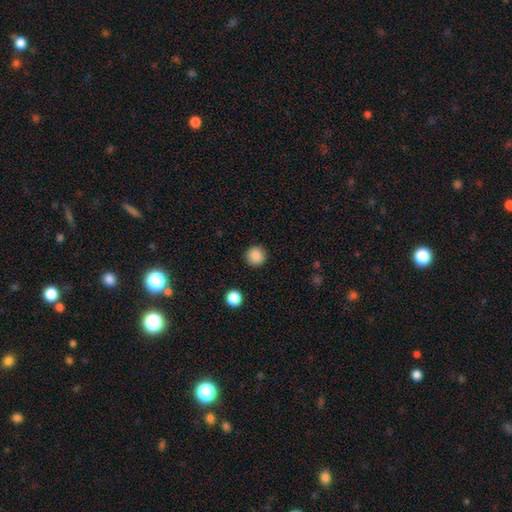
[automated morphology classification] Smooth or featured: smooth — 87% (star or artifact — 9%)
How rounded: round — 95% (in between — 4%)
Merging: none — 92% (minor disturbance — 5%)